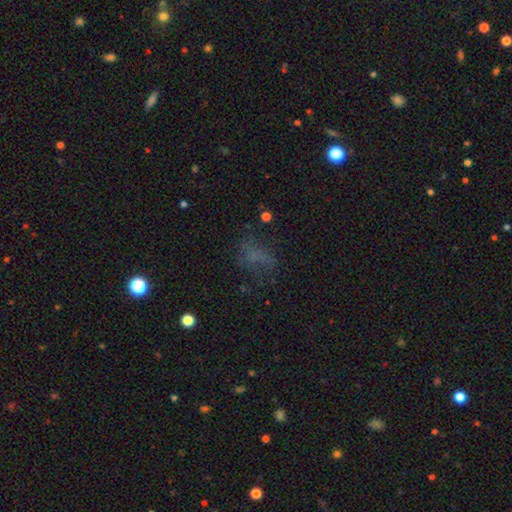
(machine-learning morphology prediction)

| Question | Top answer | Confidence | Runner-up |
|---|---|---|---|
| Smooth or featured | smooth | 46% | star or artifact (29%) |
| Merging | none | 51% | major disturbance (25%) |